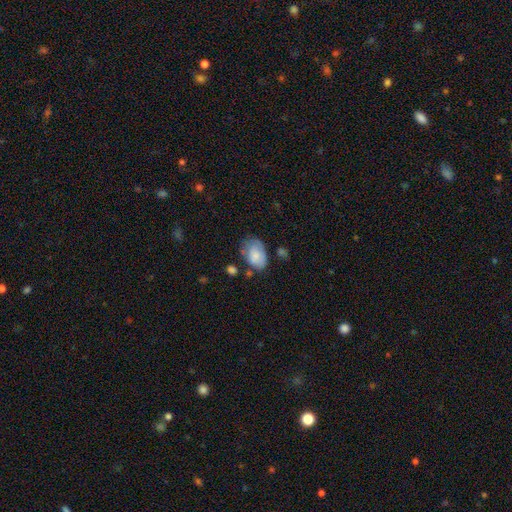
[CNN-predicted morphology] The model was most divided on "merging": none: 52%, minor disturbance: 31%, major disturbance: 11%, merger: 7%. More confident: how rounded — in between (85%); smooth or featured — smooth (78%).